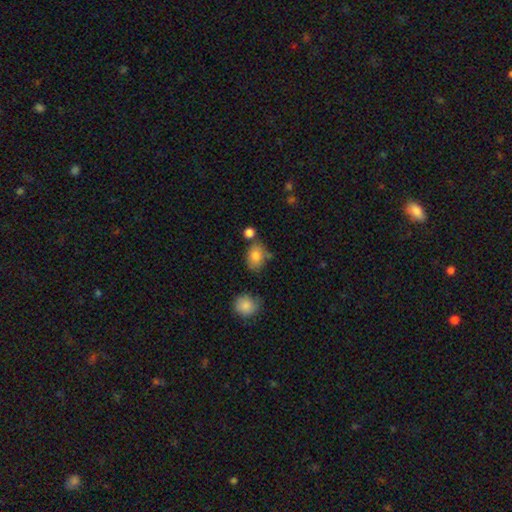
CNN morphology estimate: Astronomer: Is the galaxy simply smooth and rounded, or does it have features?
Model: smooth — 82%.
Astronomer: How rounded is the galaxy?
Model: in between — 72%.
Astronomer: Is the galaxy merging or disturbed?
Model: none — 59%.